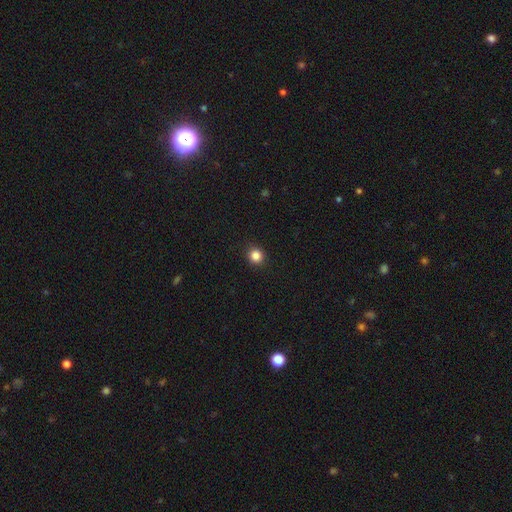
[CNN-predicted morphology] A smooth galaxy with no disk features (85%) that is round (90%). Merging: none (91%).